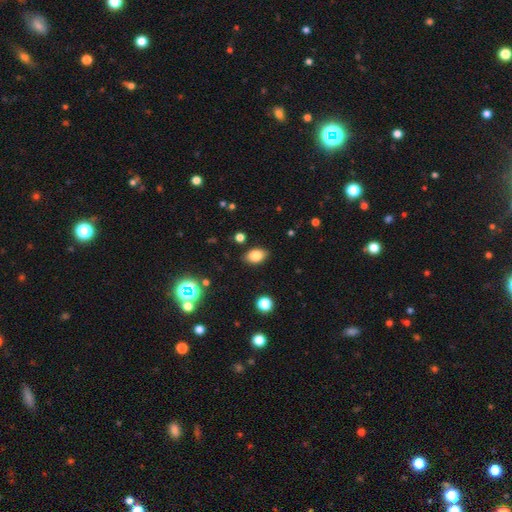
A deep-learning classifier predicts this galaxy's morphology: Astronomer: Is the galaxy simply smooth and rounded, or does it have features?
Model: smooth — 82%.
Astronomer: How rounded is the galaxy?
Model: in between — 83%.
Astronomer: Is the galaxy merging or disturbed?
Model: none — 86%.